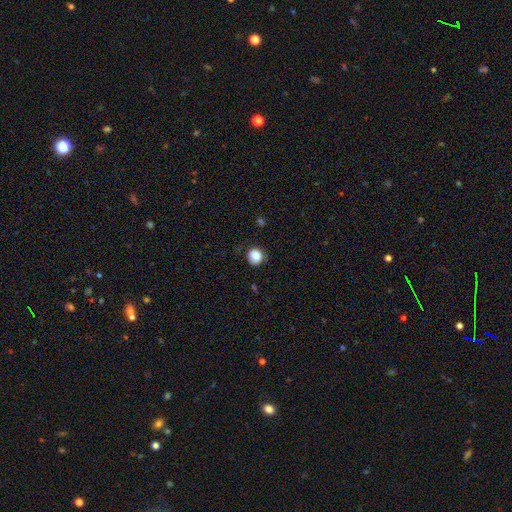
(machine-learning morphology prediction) This is clearly a smooth galaxy (84%). How rounded: clearly round (87%). Merging: clearly none (87%).